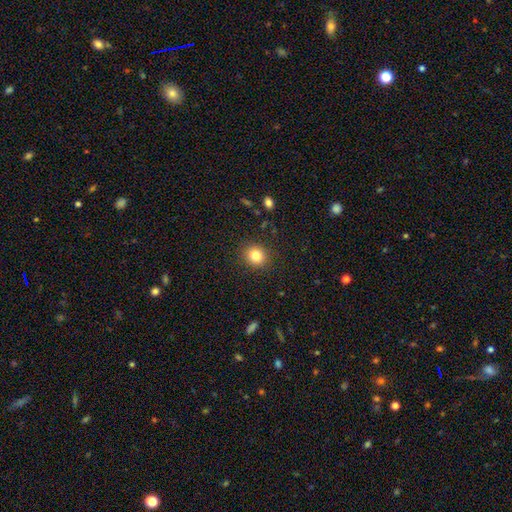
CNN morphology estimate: A smooth galaxy with no disk features (82%) that is round (83%). Merging: none (89%).